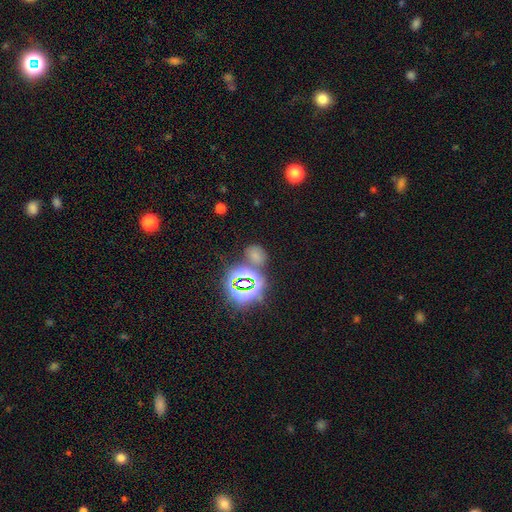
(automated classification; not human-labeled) Smooth or featured?
  - smooth: 46% * (tied)
  - star or artifact: 46% * (tied)
  - featured or disk: 8%
Merging?
  - none: 64% *
  - minor disturbance: 15%
  - merger: 14%
  - major disturbance: 7%